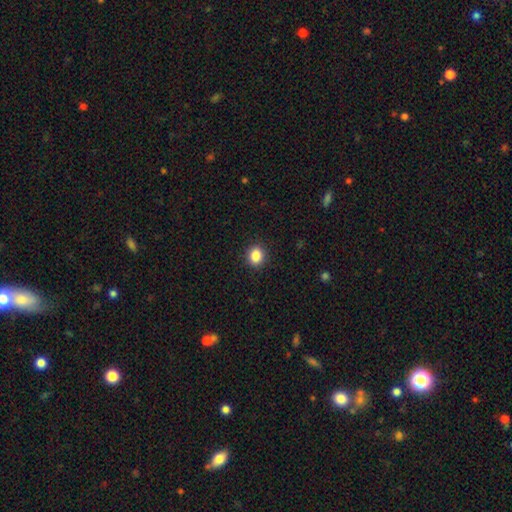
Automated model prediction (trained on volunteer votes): Morphology: type=smooth (86%); roundness=round (70%); merging=none (91%).